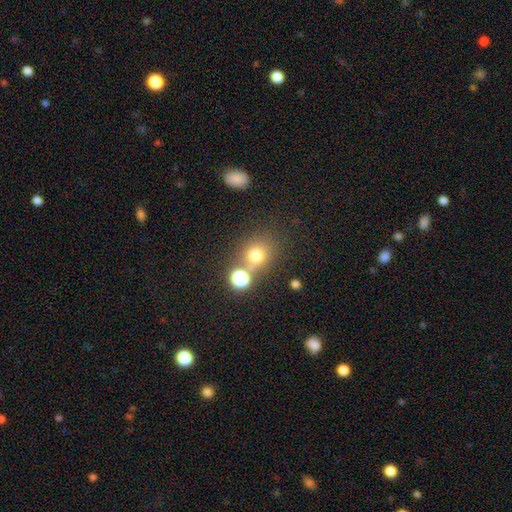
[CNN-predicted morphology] Smooth or featured?
  - smooth: 72% *
  - star or artifact: 19%
  - featured or disk: 9%
How rounded?
  - round: 81% *
  - in between: 18%
  - cigar-shaped: 1%
Merging?
  - none: 63% *
  - merger: 21%
  - minor disturbance: 11%
  - major disturbance: 5%